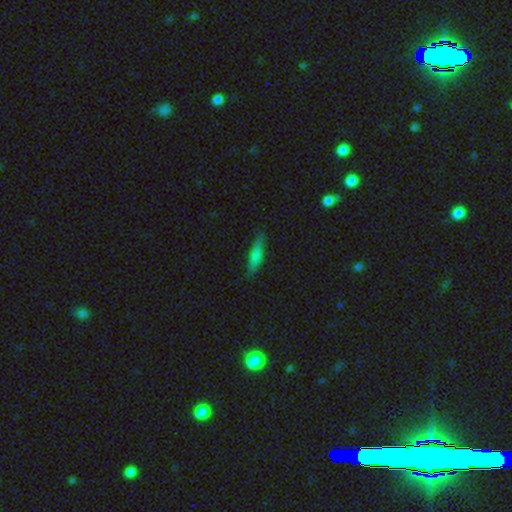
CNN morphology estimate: Smooth or featured?
  - smooth: 70% *
  - featured or disk: 21%
  - star or artifact: 9%
How rounded?
  - cigar-shaped: 71% *
  - in between: 27%
  - round: 2%
Merging?
  - none: 79% *
  - minor disturbance: 17%
  - major disturbance: 3%
  - merger: 1%